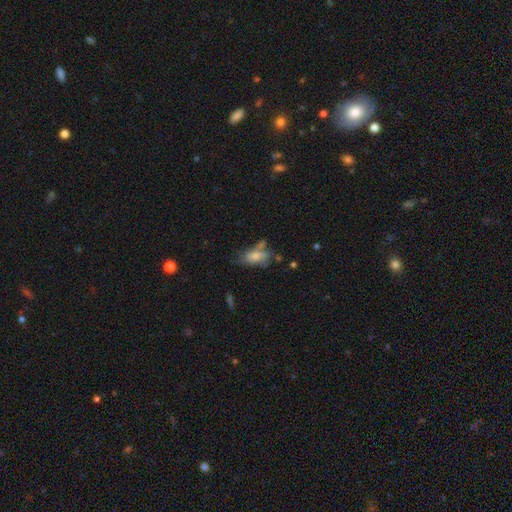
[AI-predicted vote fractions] A smooth galaxy with no disk features (62%) that is in between round and cigar-shaped (85%). Merging: none (38%).